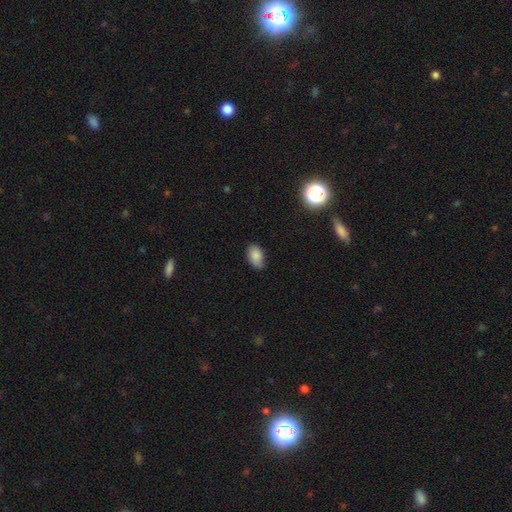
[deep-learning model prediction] A smooth galaxy with no disk features (84%) that is in between round and cigar-shaped (92%). Merging: none (76%).